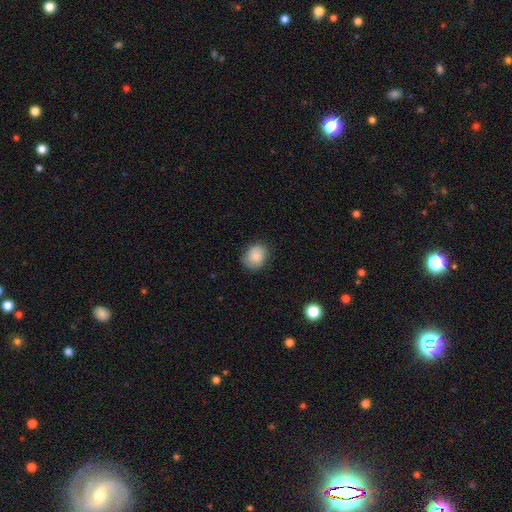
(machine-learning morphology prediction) smooth 82%, featured or disk 10%, star or artifact 8%. Down the decision tree: how rounded — round (65%); merging — none (75%).